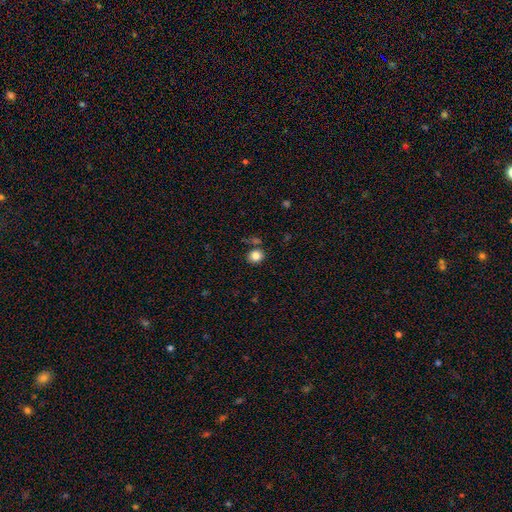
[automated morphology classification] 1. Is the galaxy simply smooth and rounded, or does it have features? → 83% smooth, 11% star or artifact, 6% featured or disk.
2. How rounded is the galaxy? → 74% round, 25% in between, 1% cigar-shaped.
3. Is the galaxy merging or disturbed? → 78% none, 11% minor disturbance, 7% merger, 3% major disturbance.